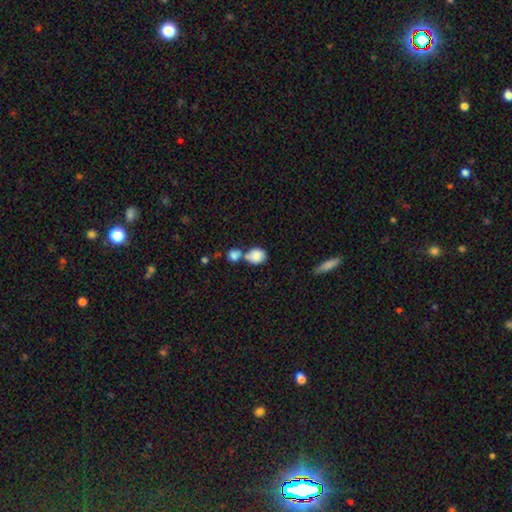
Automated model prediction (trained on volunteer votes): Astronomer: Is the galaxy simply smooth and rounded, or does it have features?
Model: smooth — 85%.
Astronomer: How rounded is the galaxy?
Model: round — 60% (runner-up: in between, 38%).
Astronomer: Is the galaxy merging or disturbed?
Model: merger — 53% (runner-up: none, 31%).